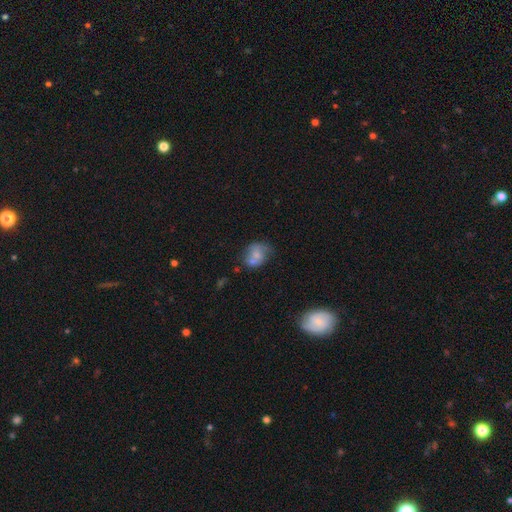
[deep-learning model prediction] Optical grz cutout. It shows a smooth galaxy with no disk features (53%) that is in between round and cigar-shaped (54%). Merging: none (39%).